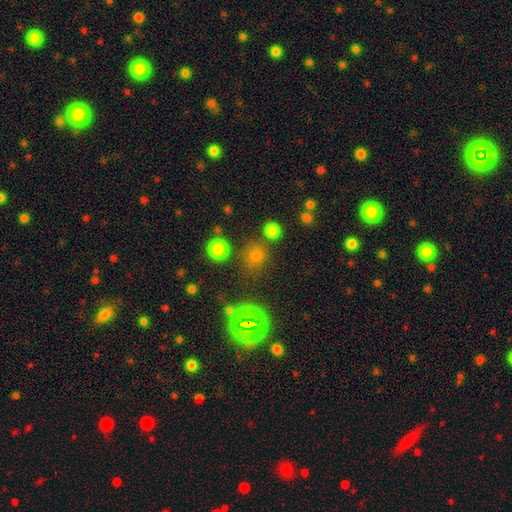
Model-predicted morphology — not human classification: Smooth or featured? Predicted: smooth (p=0.60). How rounded? Predicted: round (p=0.84). Merging? Predicted: none (p=0.80).